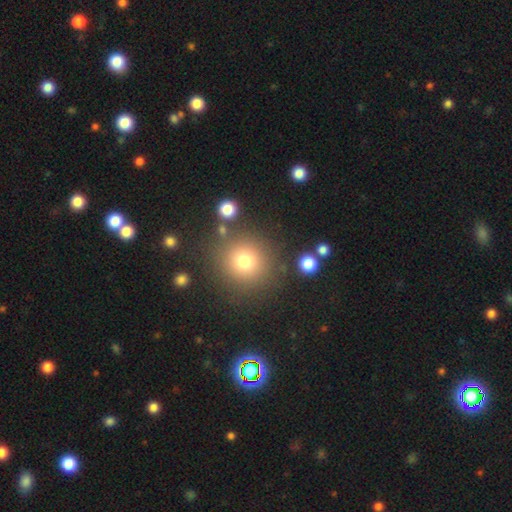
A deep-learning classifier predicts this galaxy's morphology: smooth 71%, star or artifact 20%, featured or disk 9%. Down the decision tree: how rounded — round (93%); merging — none (85%).